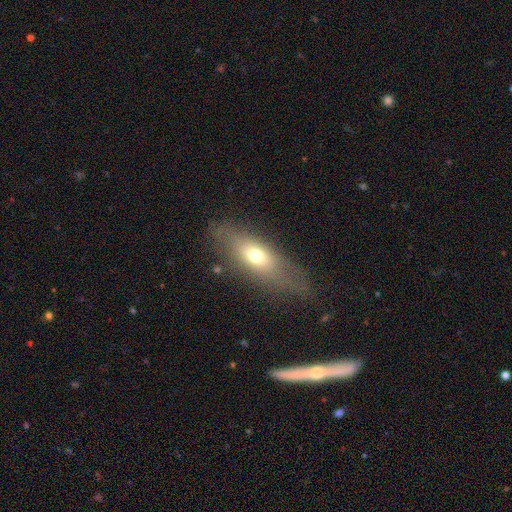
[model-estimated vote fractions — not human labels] smooth-or-featured: smooth: 60% | featured or disk: 31% | star or artifact: 9%
  how-rounded: in between: 59% | cigar-shaped: 35% | round: 6%
  merging: none: 66% | minor disturbance: 20% | major disturbance: 13% | merger: 2%